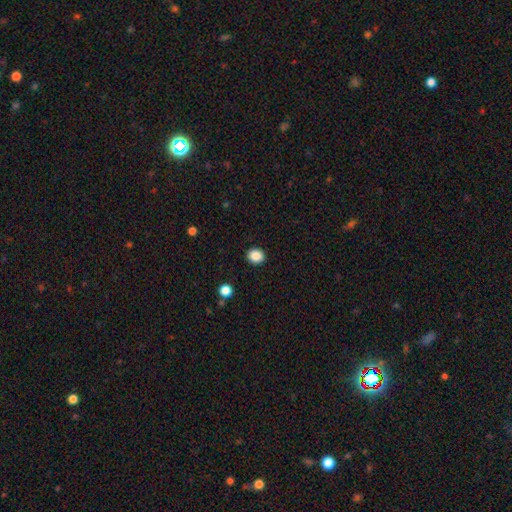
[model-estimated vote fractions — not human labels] smooth-or-featured: smooth: 87% | star or artifact: 9% | featured or disk: 3%
  how-rounded: round: 72% | in between: 27% | cigar-shaped: 1%
  merging: none: 92% | minor disturbance: 6% | major disturbance: 2% | merger: 1%